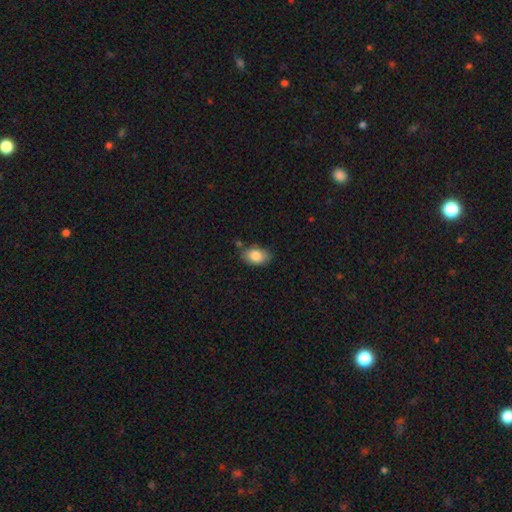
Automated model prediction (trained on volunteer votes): This is clearly a smooth galaxy (84%). How rounded: clearly in between (87%). Merging: likely none (76%).